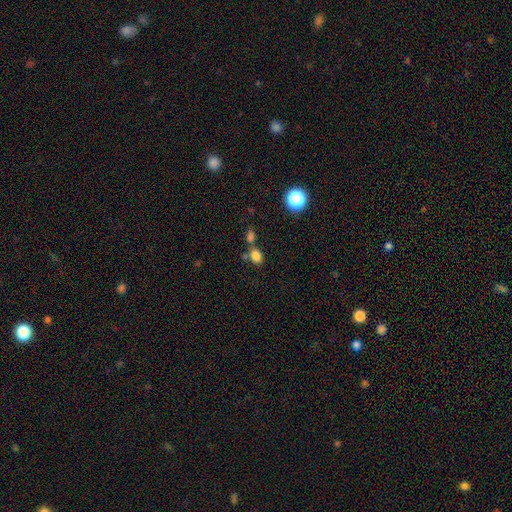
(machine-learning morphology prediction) Q: Smooth or featured?
A: smooth (80%); runner-up: star or artifact (14%)
Q: How rounded?
A: in between (67%); runner-up: round (32%)
Q: Merging?
A: none (54%); runner-up: merger (30%)